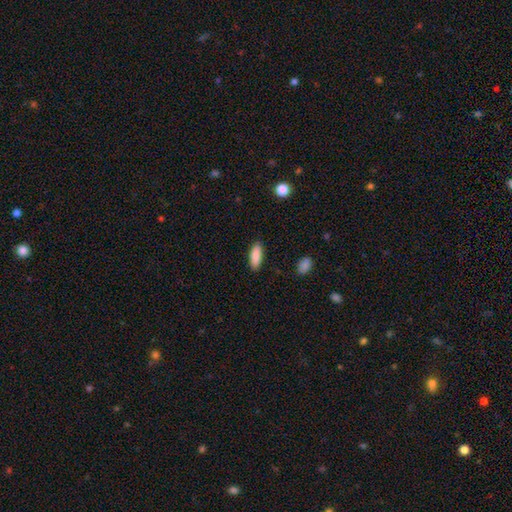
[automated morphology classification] type=smooth (88%); roundness=in between (69%); merging=none (88%).